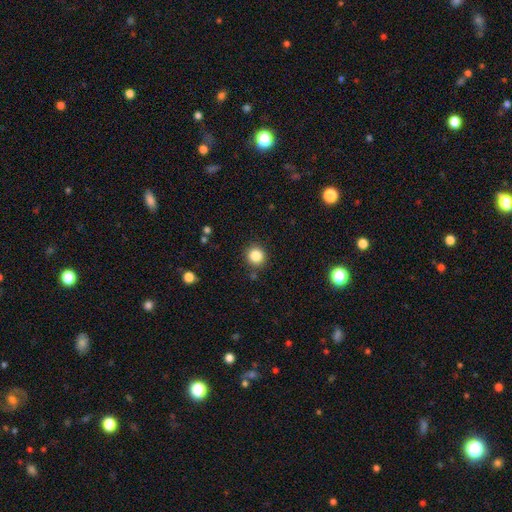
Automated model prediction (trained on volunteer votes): This appears to be a smooth galaxy with no disk features (85%) that is round (92%). Merging: none (88%).